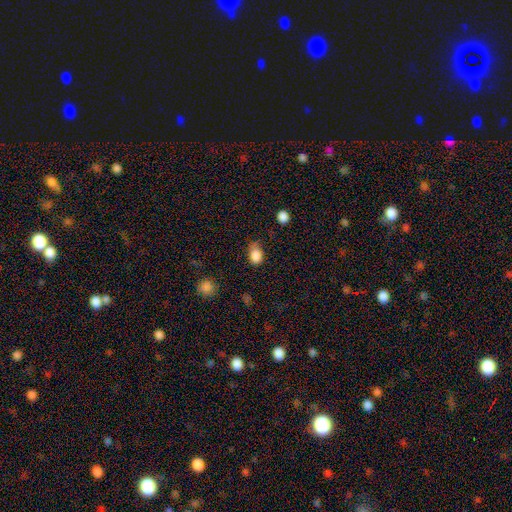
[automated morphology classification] This appears to be a smooth galaxy with no disk features (86%) that is in between round and cigar-shaped (68%). Merging: none (54%).